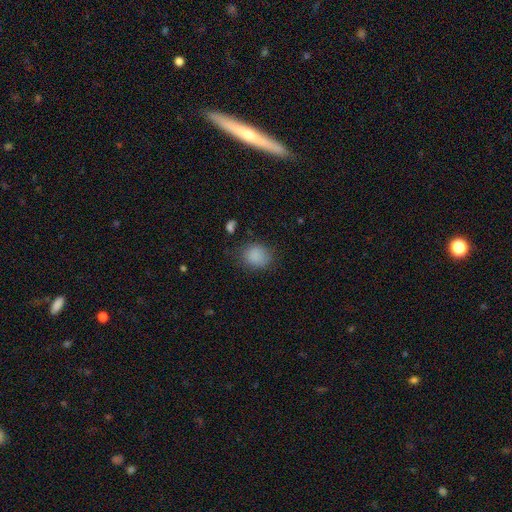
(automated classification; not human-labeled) This is clearly a smooth galaxy (86%). How rounded: likely round (61%). Merging: likely none (76%).